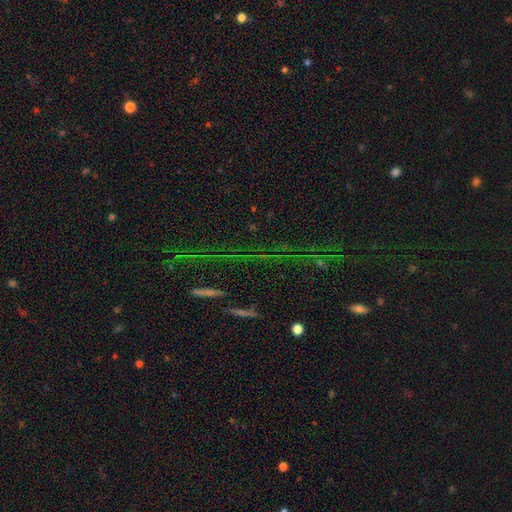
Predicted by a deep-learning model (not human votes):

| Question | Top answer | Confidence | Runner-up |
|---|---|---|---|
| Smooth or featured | star or artifact | 74% | smooth (14%) |